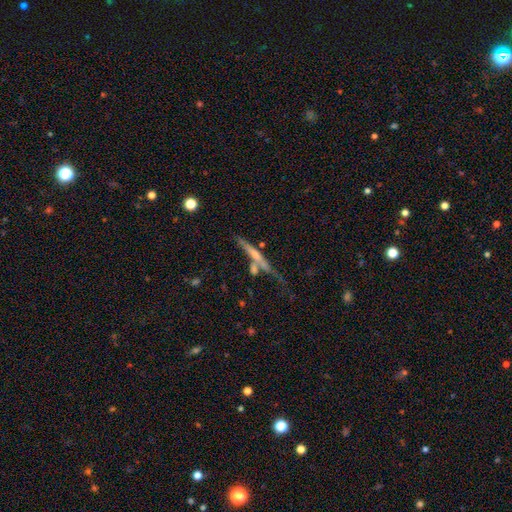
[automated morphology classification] smooth-or-featured: featured or disk: 56% | smooth: 36% | star or artifact: 8%
  disk-edge-on: yes: 92% | no: 8%
    edge-on-bulge: none: 52% | rounded: 36% | boxy: 12%
  merging: none: 53% | merger: 22% | minor disturbance: 17% | major disturbance: 8%